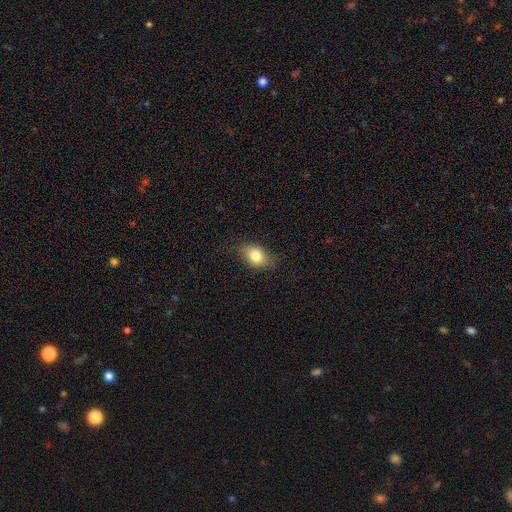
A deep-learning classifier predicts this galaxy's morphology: A smooth galaxy with no disk features (78%) that is in between round and cigar-shaped (78%).

Vote fractions:
- Smooth or featured? smooth: 78% / featured or disk: 13% / star or artifact: 9%
- How rounded? in between: 78% / round: 20% / cigar-shaped: 2%
- Merging? none: 80% / minor disturbance: 16% / major disturbance: 4% / merger: 1%